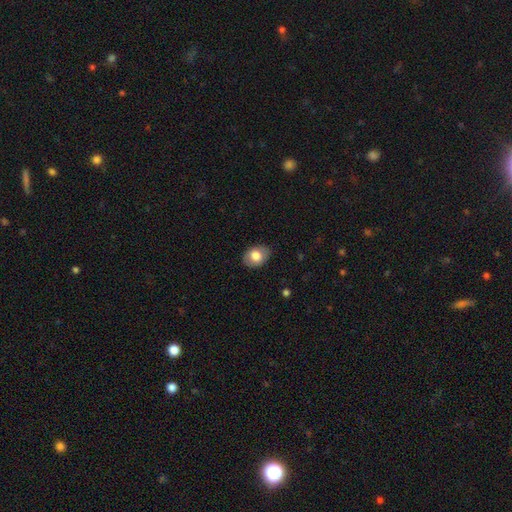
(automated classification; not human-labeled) smooth-or-featured: smooth: 78% | featured or disk: 14% | star or artifact: 7%
  how-rounded: in between: 74% | round: 25% | cigar-shaped: 1%
  merging: none: 84% | minor disturbance: 12% | major disturbance: 3% | merger: 1%